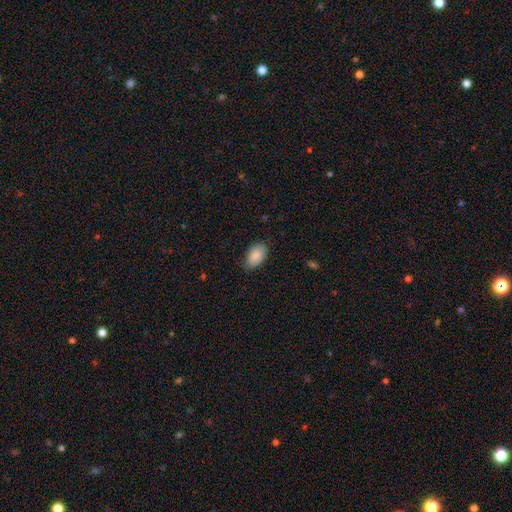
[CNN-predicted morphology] smooth-or-featured: smooth: 88% | star or artifact: 6% | featured or disk: 6%
  how-rounded: in between: 92% | round: 6% | cigar-shaped: 1%
  merging: none: 71% | minor disturbance: 24% | major disturbance: 4% | merger: 1%